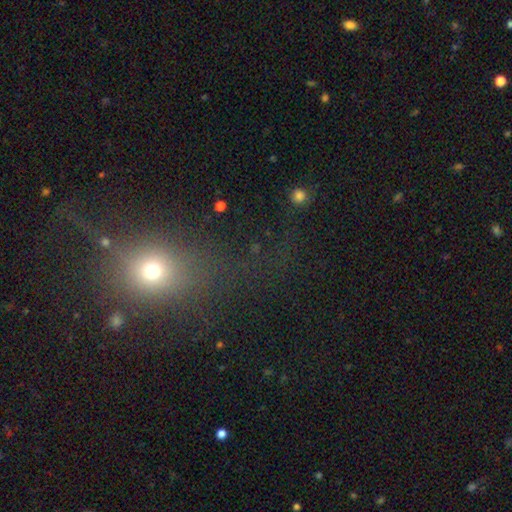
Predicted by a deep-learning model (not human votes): The model was most divided on "smooth or featured": smooth: 46%, star or artifact: 42%, featured or disk: 12%. More confident: merging — none (63%).